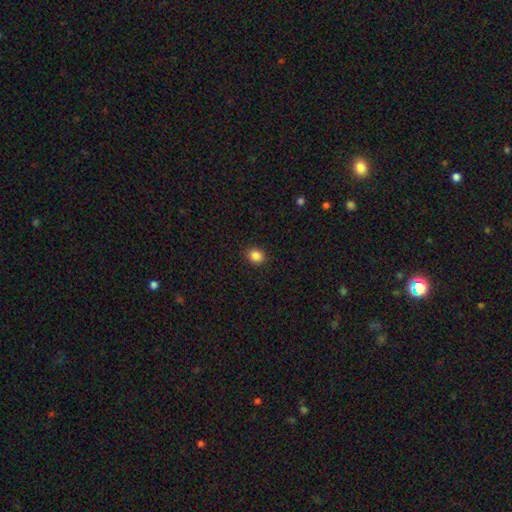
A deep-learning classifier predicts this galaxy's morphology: Smooth or featured: smooth — 86% (star or artifact — 10%)
How rounded: round — 68% (in between — 32%)
Merging: none — 91% (minor disturbance — 6%)